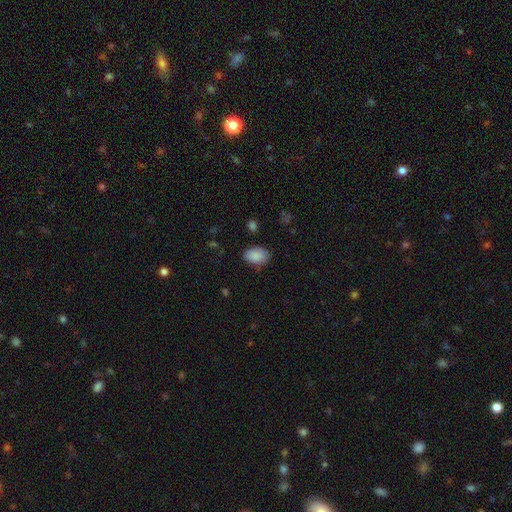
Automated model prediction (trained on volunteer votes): Smooth or featured: smooth — 89% (star or artifact — 7%)
How rounded: in between — 89% (round — 10%)
Merging: none — 82% (minor disturbance — 14%)